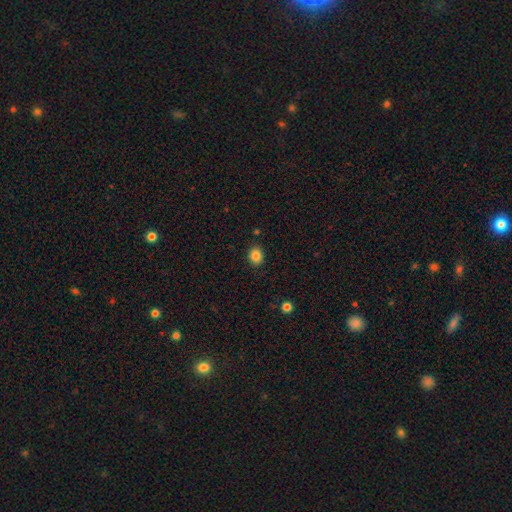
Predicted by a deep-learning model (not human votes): smooth 85%, star or artifact 10%, featured or disk 5%. Down the decision tree: how rounded — round (59%); merging — none (87%).